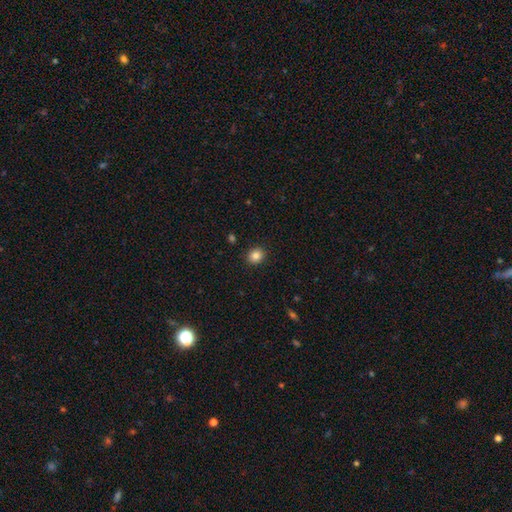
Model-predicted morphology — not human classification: Smooth or featured: smooth — 85% (star or artifact — 11%)
How rounded: round — 71% (in between — 28%)
Merging: none — 91% (minor disturbance — 6%)